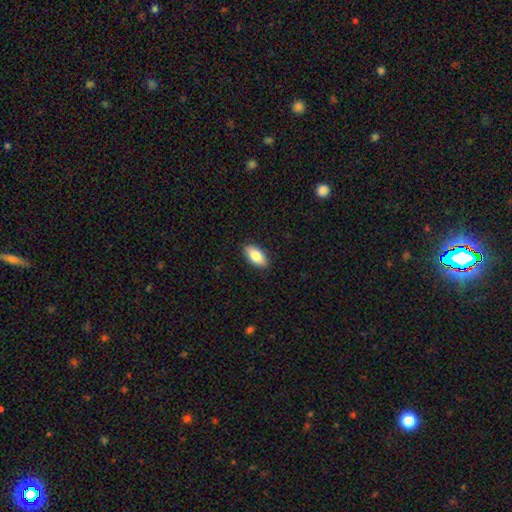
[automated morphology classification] smooth-or-featured: smooth: 82% | featured or disk: 11% | star or artifact: 6%
  how-rounded: in between: 91% | cigar-shaped: 6% | round: 3%
  merging: none: 90% | minor disturbance: 7% | major disturbance: 2% | merger: 1%